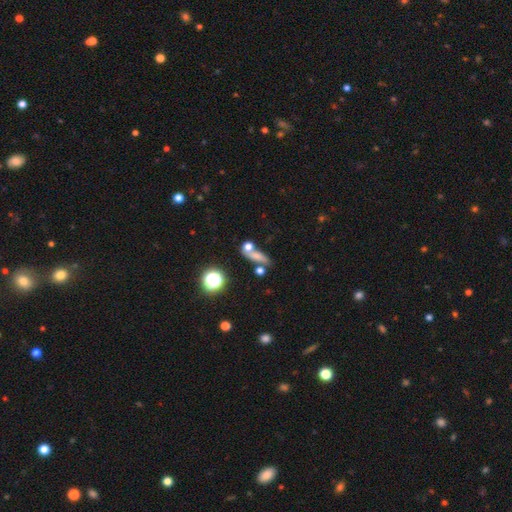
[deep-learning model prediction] Smooth or featured?
  - smooth: 64% *
  - star or artifact: 19%
  - featured or disk: 17%
How rounded?
  - in between: 38% *
  - cigar-shaped: 37%
  - round: 25%
Merging?
  - none: 49% *
  - merger: 29%
  - minor disturbance: 13%
  - major disturbance: 8%